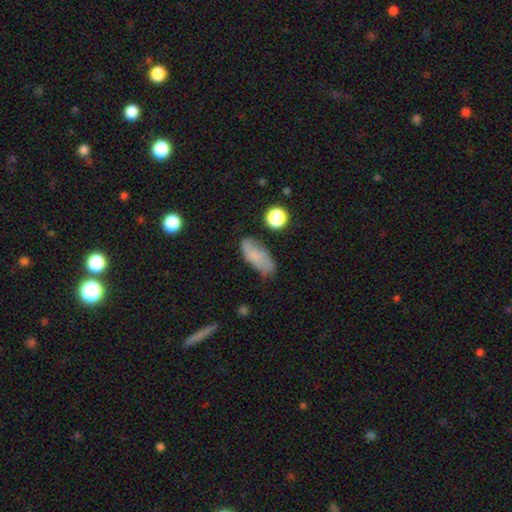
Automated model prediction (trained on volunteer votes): A smooth galaxy with no disk features (69%) that is in between round and cigar-shaped (82%). Merging: none (57%).